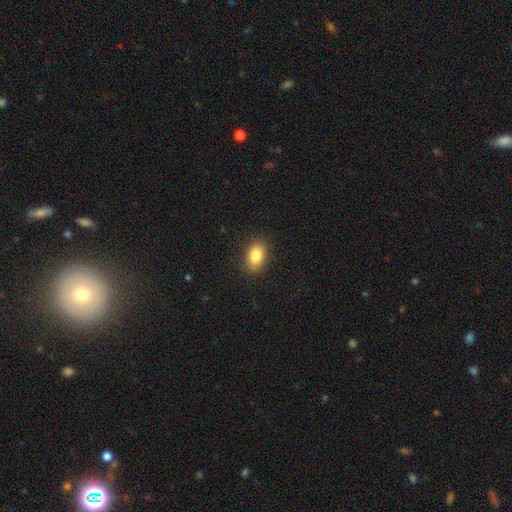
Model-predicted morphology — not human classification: smooth_or_featured: smooth (p=0.84) [alt: star or artifact p=0.09]
how_rounded: in between (p=0.81) [alt: round p=0.17]
merging: none (p=0.87) [alt: minor disturbance p=0.09]